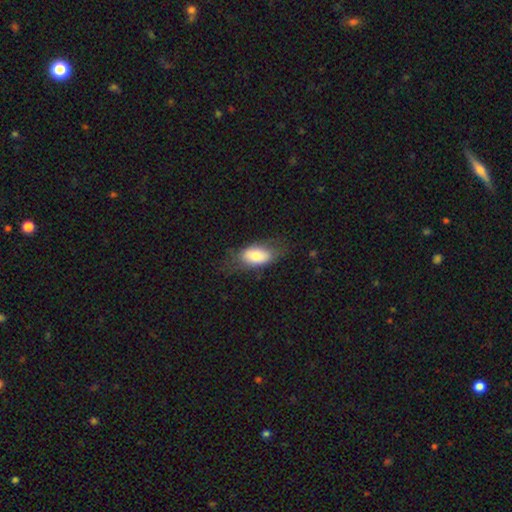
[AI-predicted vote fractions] smooth_or_featured: smooth (p=0.73) [alt: featured or disk p=0.20]
how_rounded: in between (p=0.90) [alt: round p=0.06]
merging: none (p=0.64) [alt: minor disturbance p=0.23]